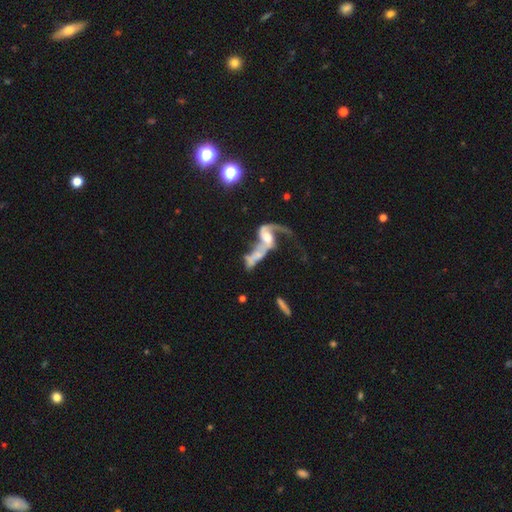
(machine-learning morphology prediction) Smooth or featured?
  - featured or disk: 69% *
  - smooth: 22%
  - star or artifact: 9%
Edge-on disk?
  - no: 91% *
  - yes: 9%
Bar?
  - no: 63% *
  - weak: 27%
  - strong: 11%
Spiral arms?
  - yes: 66% *
  - no: 34%
Bulge size?
  - moderate: 39% *
  - none: 23%
  - small: 19%
  - large: 16%
  - dominant: 3%
Merging?
  - merger: 62% *
  - major disturbance: 20%
  - none: 12%
  - minor disturbance: 6%